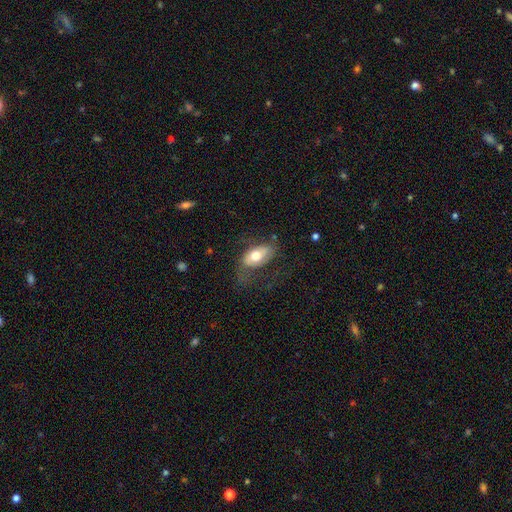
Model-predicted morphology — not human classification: The model was most divided on "smooth or featured": smooth: 55%, featured or disk: 39%, star or artifact: 6%. Remaining: how rounded — in between (91%); merging — none (48%).